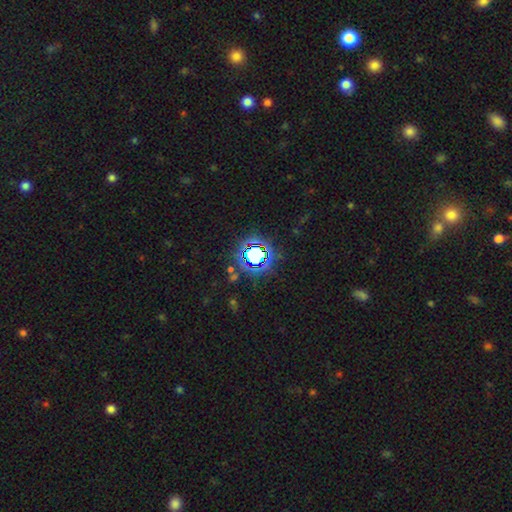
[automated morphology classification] Smooth or featured? Predicted: star or artifact (p=0.70).